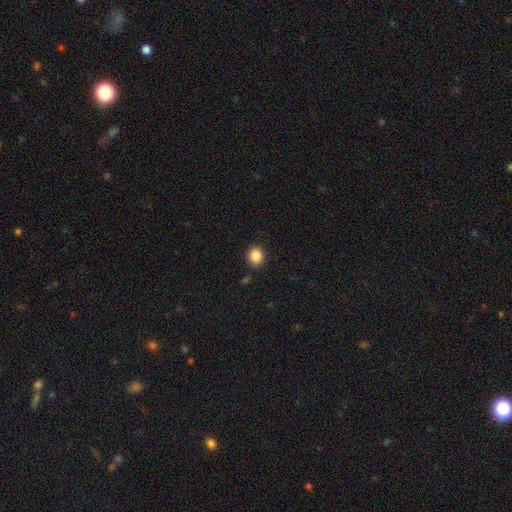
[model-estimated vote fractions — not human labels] A smooth galaxy with no disk features (87%) that is round (78%).

Vote fractions:
- Smooth or featured? smooth: 87% / star or artifact: 9% / featured or disk: 3%
- How rounded? round: 78% / in between: 21% / cigar-shaped: 1%
- Merging? none: 88% / minor disturbance: 8% / major disturbance: 2% / merger: 2%